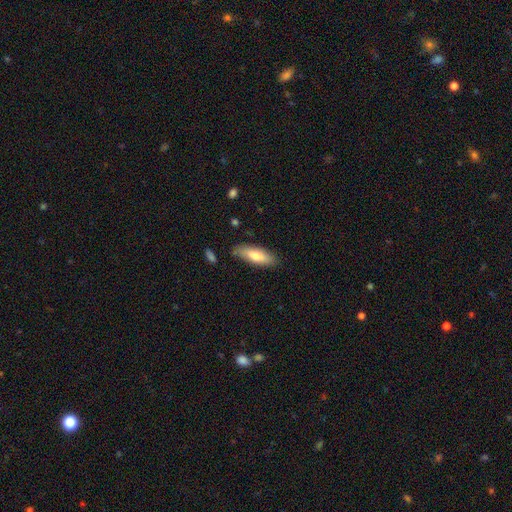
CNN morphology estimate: type=smooth (72%); roundness=in between (54%); merging=none (83%).